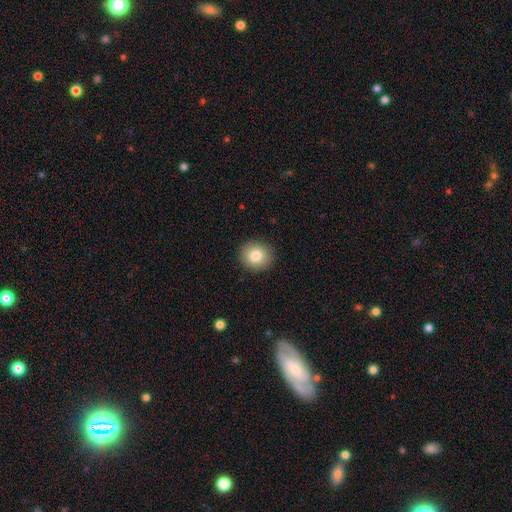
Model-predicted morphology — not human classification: This appears to be a smooth galaxy with no disk features (82%) that is round (82%). Merging: none (91%).